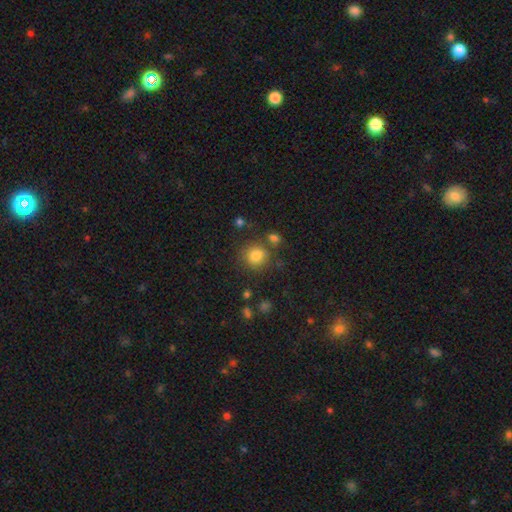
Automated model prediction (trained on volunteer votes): Smooth or featured? smooth (82%)
How rounded? round (88%)
Merging? none (75%)